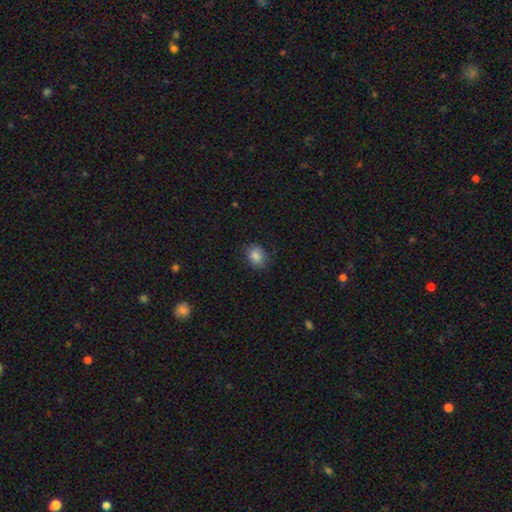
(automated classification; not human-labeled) This appears to be a smooth galaxy with no disk features (85%) that is in between round and cigar-shaped (54%). Merging: none (80%).